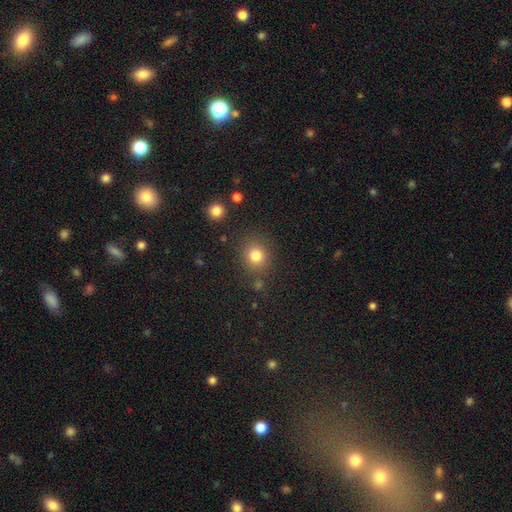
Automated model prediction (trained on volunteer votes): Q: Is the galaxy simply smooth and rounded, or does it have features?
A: smooth — 81%.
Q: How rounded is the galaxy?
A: round — 87%.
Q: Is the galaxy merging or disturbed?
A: none — 83%.